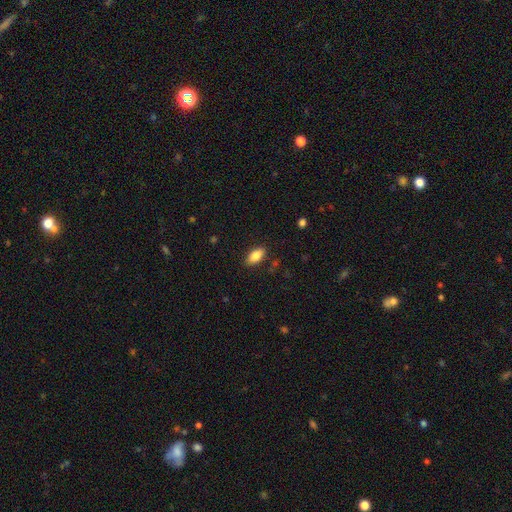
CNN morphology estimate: Q: Smooth or featured?
A: smooth (85%); runner-up: featured or disk (8%)
Q: How rounded?
A: in between (91%); runner-up: cigar-shaped (6%)
Q: Merging?
A: none (87%); runner-up: minor disturbance (9%)